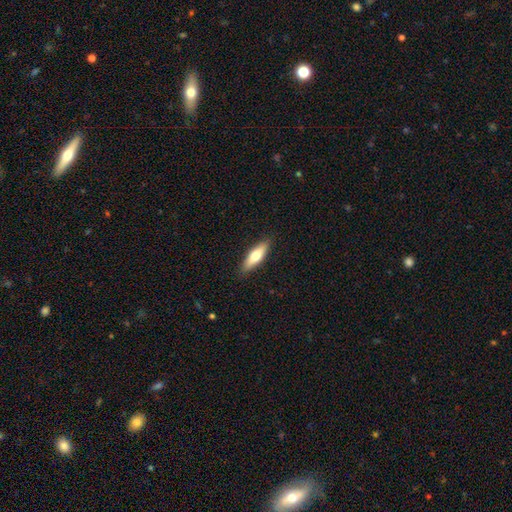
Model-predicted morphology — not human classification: type=smooth (66%); roundness=cigar-shaped (54%); merging=none (89%).